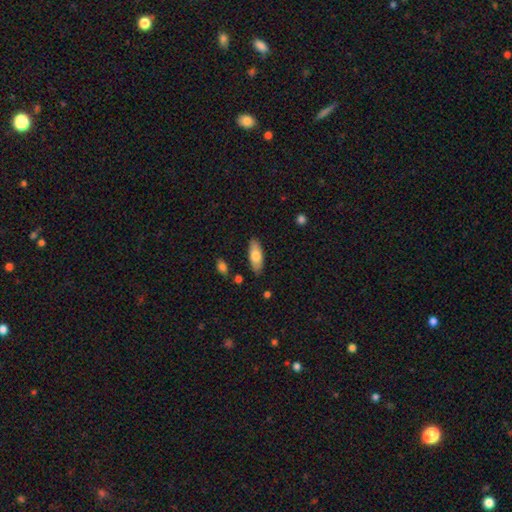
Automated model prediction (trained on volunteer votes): A smooth galaxy with no disk features (75%) that is in between round and cigar-shaped (79%).

Vote fractions:
- Smooth or featured? smooth: 75% / featured or disk: 19% / star or artifact: 6%
- How rounded? in between: 79% / cigar-shaped: 19% / round: 2%
- Merging? none: 86% / minor disturbance: 10% / major disturbance: 2% / merger: 2%